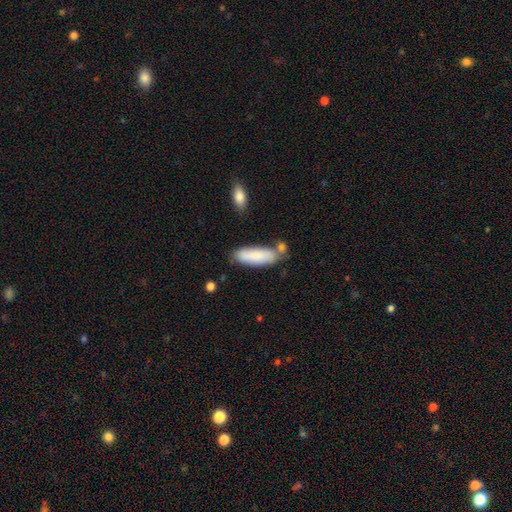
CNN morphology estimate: smooth_or_featured: smooth (p=0.84) [alt: featured or disk p=0.10]
how_rounded: in between (p=0.51) [alt: cigar-shaped p=0.47]
merging: none (p=0.66) [alt: minor disturbance p=0.17]